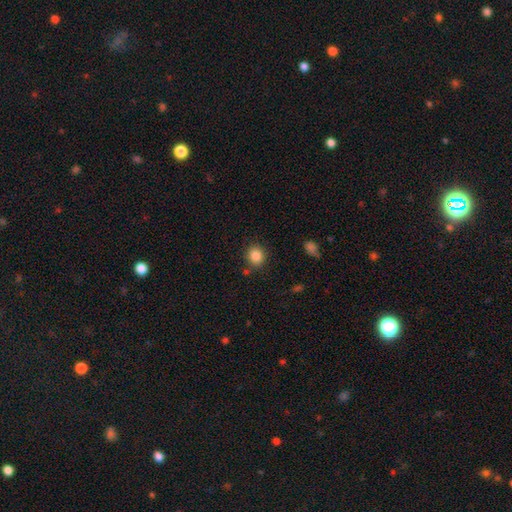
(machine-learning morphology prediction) Q: Smooth or featured?
A: smooth (86%); runner-up: star or artifact (10%)
Q: How rounded?
A: round (78%); runner-up: in between (21%)
Q: Merging?
A: none (84%); runner-up: minor disturbance (9%)